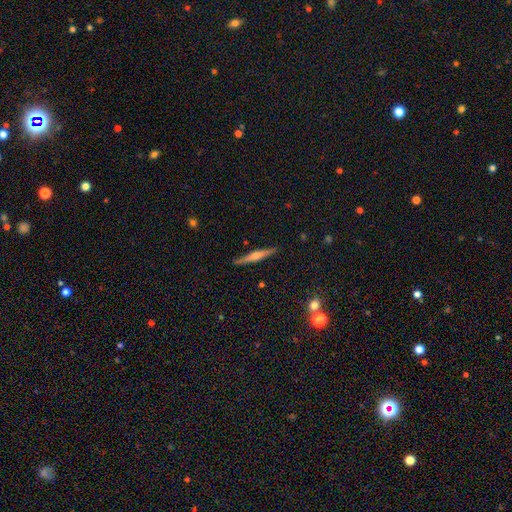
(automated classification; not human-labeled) Smooth or featured? Predicted: featured or disk (p=0.60). Edge-on disk? Predicted: yes (p=0.98). Edge-on bulge? Predicted: rounded (p=0.73). Merging? Predicted: none (p=0.91).